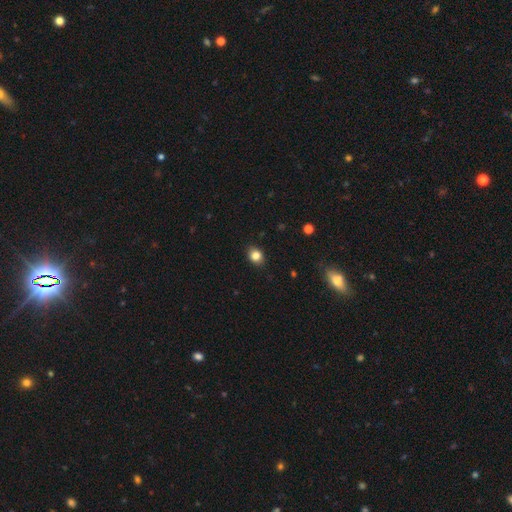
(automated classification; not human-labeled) Smooth or featured?
  - smooth: 83% *
  - star or artifact: 11%
  - featured or disk: 6%
How rounded?
  - round: 51% *
  - in between: 47%
  - cigar-shaped: 1%
Merging?
  - none: 87% *
  - minor disturbance: 10%
  - major disturbance: 2%
  - merger: 1%